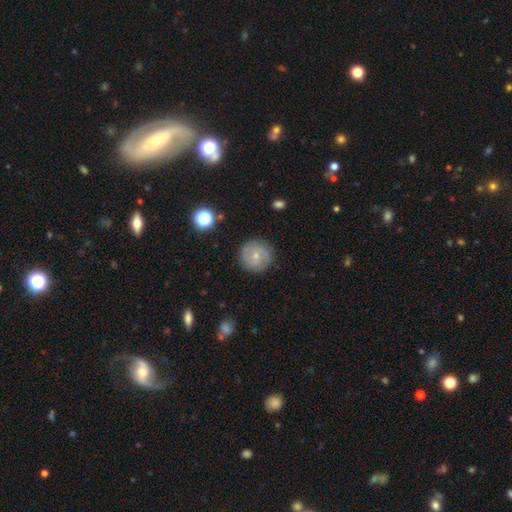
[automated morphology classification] Q: Smooth or featured?
A: smooth (46%); runner-up: featured or disk (45%)
Q: Merging?
A: none (83%); runner-up: minor disturbance (12%)